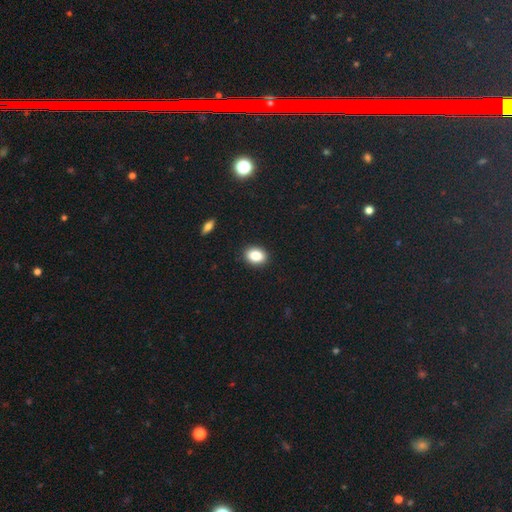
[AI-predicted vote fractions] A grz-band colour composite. It shows a smooth galaxy with no disk features (86%) that is in between round and cigar-shaped (67%). Merging: none (91%).